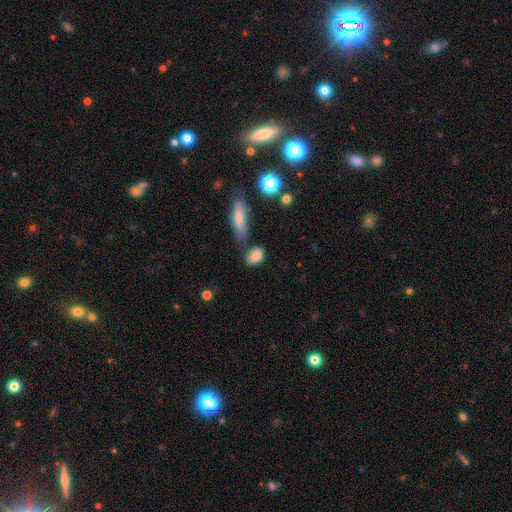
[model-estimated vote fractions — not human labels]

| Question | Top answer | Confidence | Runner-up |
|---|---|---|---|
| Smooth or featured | smooth | 83% | featured or disk (9%) |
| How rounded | in between | 80% | round (15%) |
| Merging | none | 64% | minor disturbance (20%) |